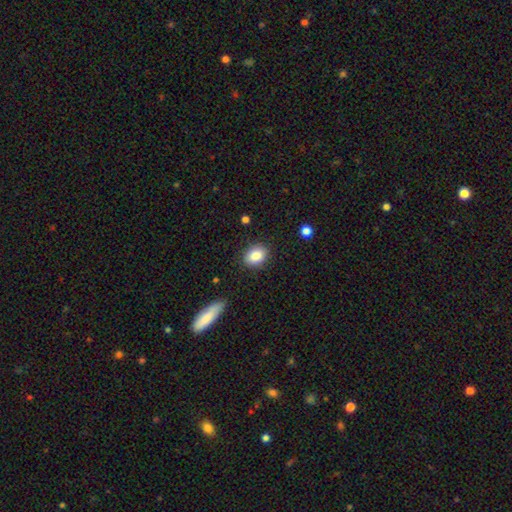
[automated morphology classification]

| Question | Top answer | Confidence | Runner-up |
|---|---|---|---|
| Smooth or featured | smooth | 86% | star or artifact (8%) |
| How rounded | in between | 67% | round (32%) |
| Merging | none | 86% | minor disturbance (10%) |